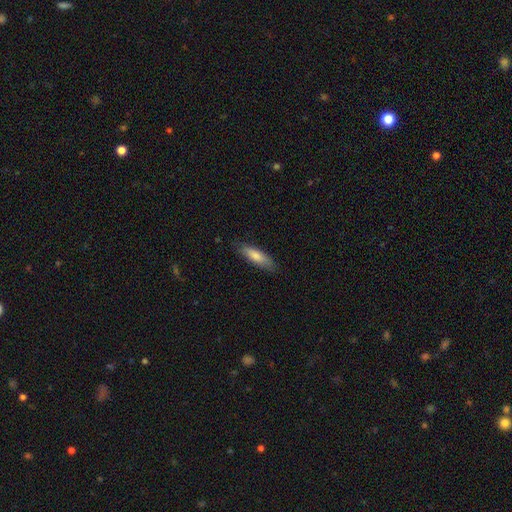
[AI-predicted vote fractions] Smooth or featured? smooth (80%)
How rounded? cigar-shaped (56%)
Merging? none (82%)